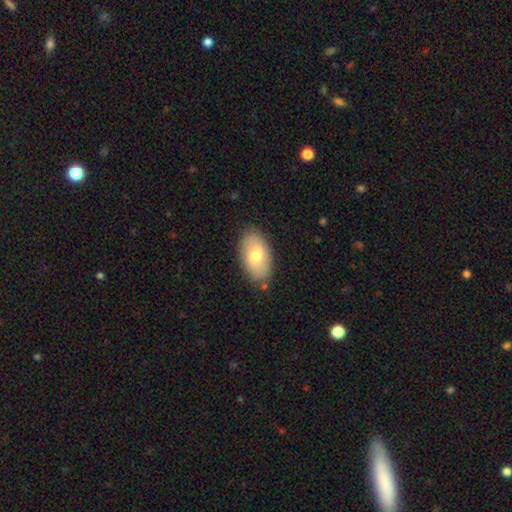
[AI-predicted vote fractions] This is likely a smooth galaxy (70%). How rounded: clearly in between (93%). Merging: clearly none (83%).